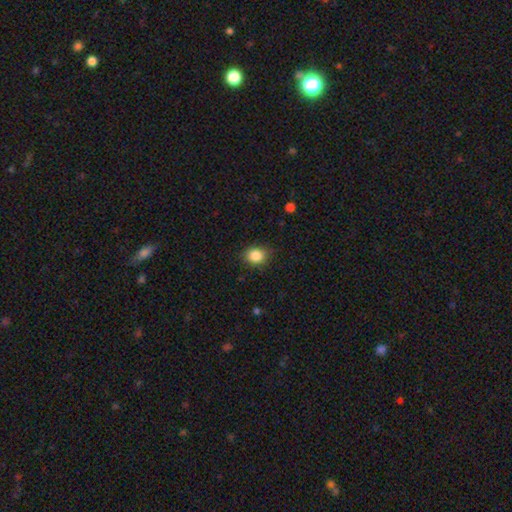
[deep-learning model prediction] smooth-or-featured: smooth: 86% | star or artifact: 9% | featured or disk: 4%
  how-rounded: round: 57% | in between: 42% | cigar-shaped: 1%
  merging: none: 83% | minor disturbance: 13% | major disturbance: 3% | merger: 1%